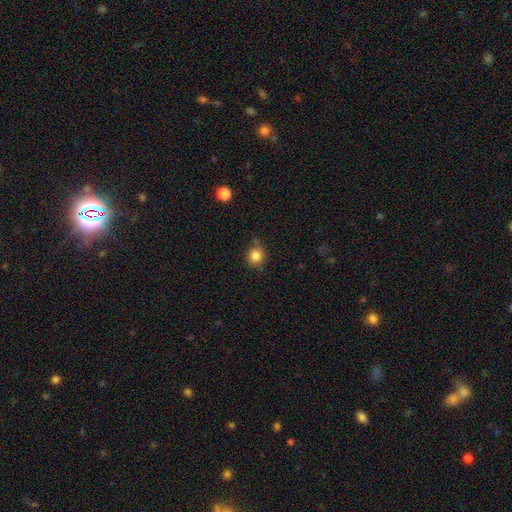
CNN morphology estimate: This appears to be a smooth galaxy with no disk features (84%) that is round (86%). Merging: none (78%).